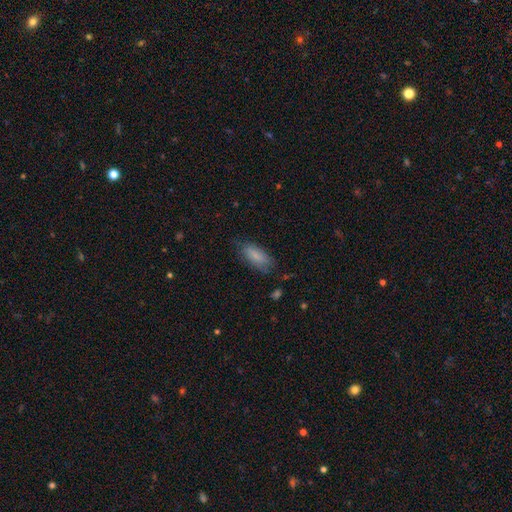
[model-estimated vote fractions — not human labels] Smooth or featured? Predicted: smooth (p=0.79). How rounded? Predicted: in between (p=0.81). Merging? Predicted: none (p=0.72).